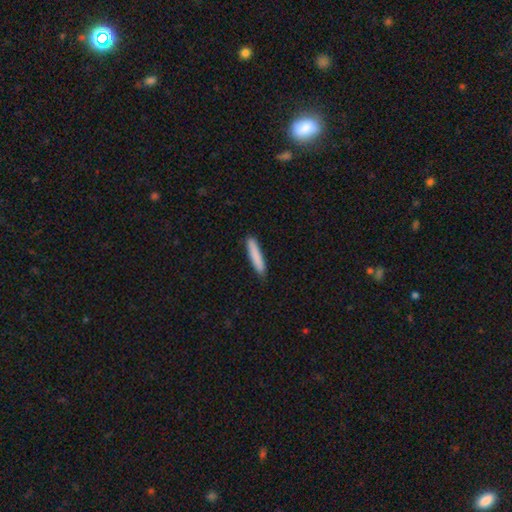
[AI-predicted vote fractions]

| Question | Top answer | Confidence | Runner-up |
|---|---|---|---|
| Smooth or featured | smooth | 85% | featured or disk (9%) |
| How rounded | cigar-shaped | 91% | in between (7%) |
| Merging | none | 88% | minor disturbance (9%) |